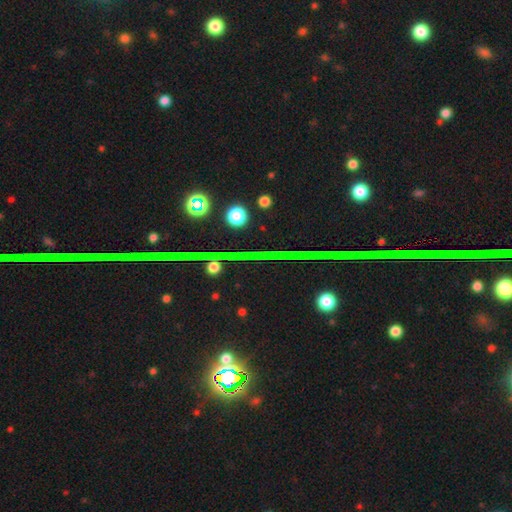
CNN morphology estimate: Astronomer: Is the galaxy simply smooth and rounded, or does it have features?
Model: star or artifact — 82%.